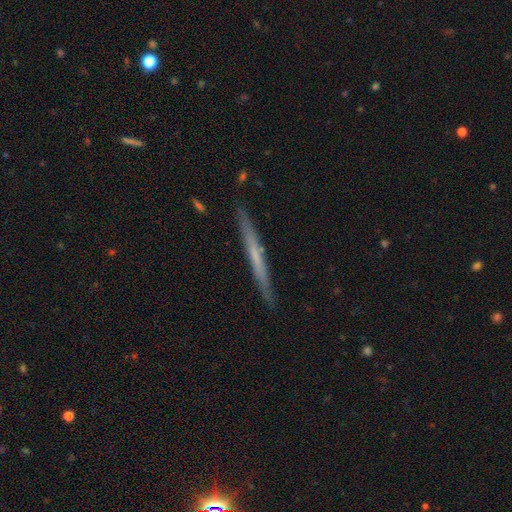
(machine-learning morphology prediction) A featured or disk galaxy (52%) viewed edge-on (96%).

Vote fractions:
- Smooth or featured? featured or disk: 52% / smooth: 42% / star or artifact: 6%
- Edge-on disk? yes: 96% / no: 4%
- Merging? none: 90% / minor disturbance: 7% / major disturbance: 1% / merger: 1%